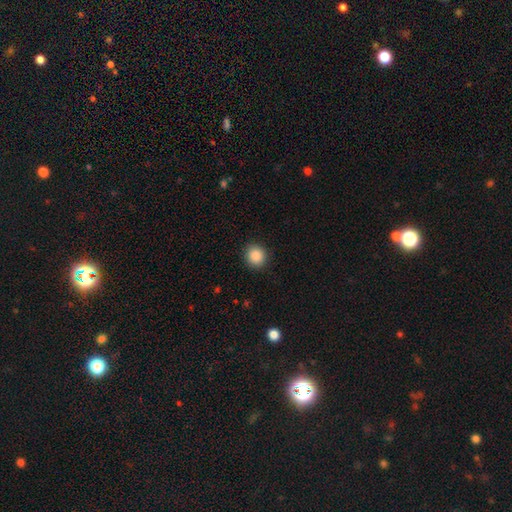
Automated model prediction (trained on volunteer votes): Smooth or featured: smooth — 88% (star or artifact — 9%)
How rounded: round — 86% (in between — 13%)
Merging: none — 91% (minor disturbance — 6%)